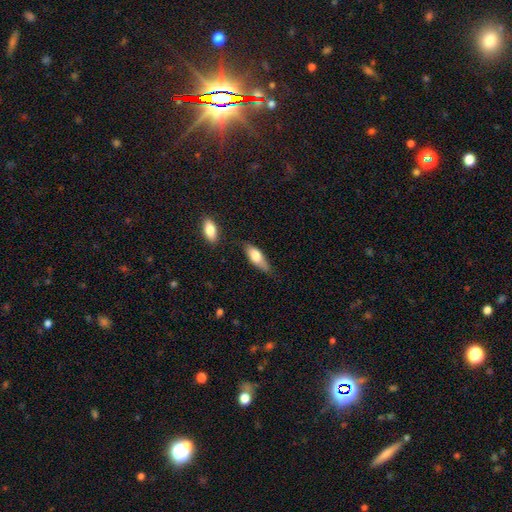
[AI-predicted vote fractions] The model was most divided on "merging": none: 56%, minor disturbance: 31%, major disturbance: 8%, merger: 5%. More confident: smooth or featured — smooth (73%); how rounded — in between (69%).